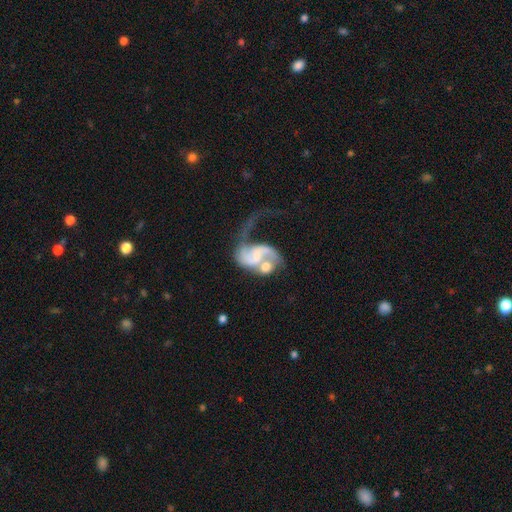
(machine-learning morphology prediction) Smooth or featured: featured or disk — 79% (smooth — 15%)
Edge-on disk: no — 98% (yes — 2%)
Bar: no — 46% (weak — 38%)
Spiral arms: yes — 89% (no — 11%)
Spiral winding: loose — 62% (medium — 29%)
Spiral arm count: 2 — 70% (1 — 20%)
Bulge size: none — 35% (small — 30%)
Merging: merger — 40% (major disturbance — 34%)